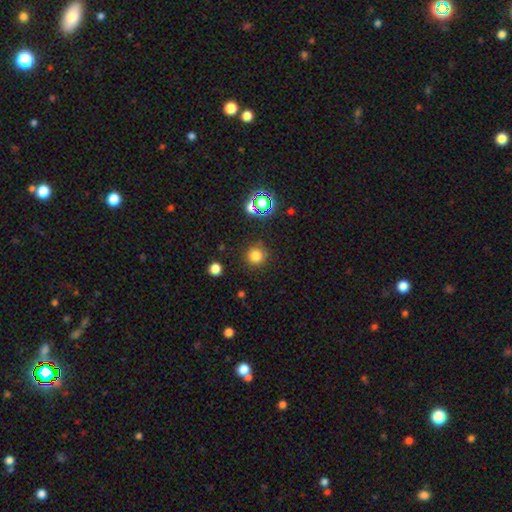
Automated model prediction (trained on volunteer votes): smooth 78%, star or artifact 17%, featured or disk 5%. Down the decision tree: how rounded — round (95%); merging — none (87%).